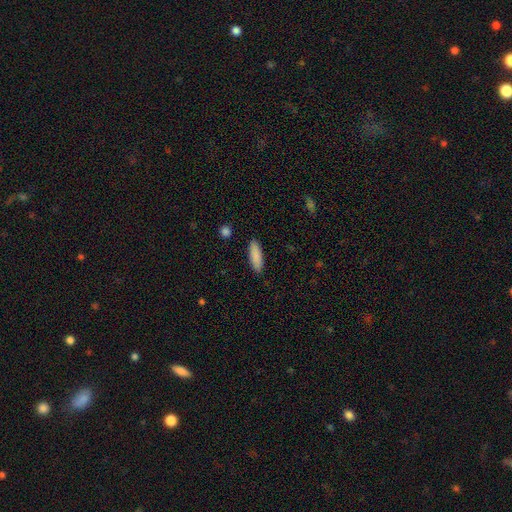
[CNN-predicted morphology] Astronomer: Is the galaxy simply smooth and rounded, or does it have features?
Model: smooth — 88%.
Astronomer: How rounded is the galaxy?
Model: in between — 54% (runner-up: cigar-shaped, 44%).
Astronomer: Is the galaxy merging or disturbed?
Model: none — 89%.